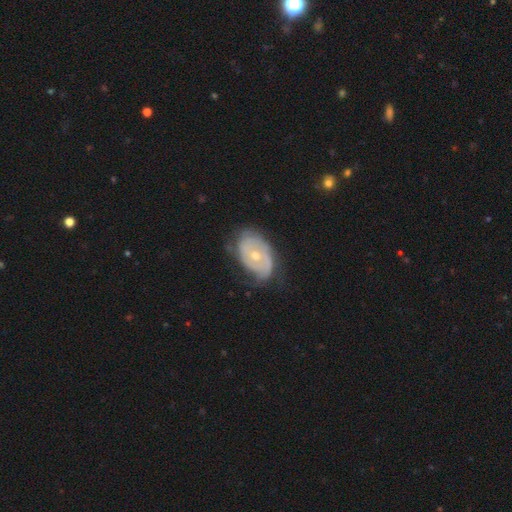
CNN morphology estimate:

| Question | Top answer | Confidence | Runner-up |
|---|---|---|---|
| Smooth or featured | featured or disk | 75% | smooth (19%) |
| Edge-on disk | no | 96% | yes (4%) |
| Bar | no | 73% | weak (22%) |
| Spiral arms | yes | 80% | no (20%) |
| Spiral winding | tight | 63% | medium (26%) |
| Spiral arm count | can't tell | 39% | 2 (37%) |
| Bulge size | moderate | 57% | small (40%) |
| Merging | none | 60% | minor disturbance (28%) |